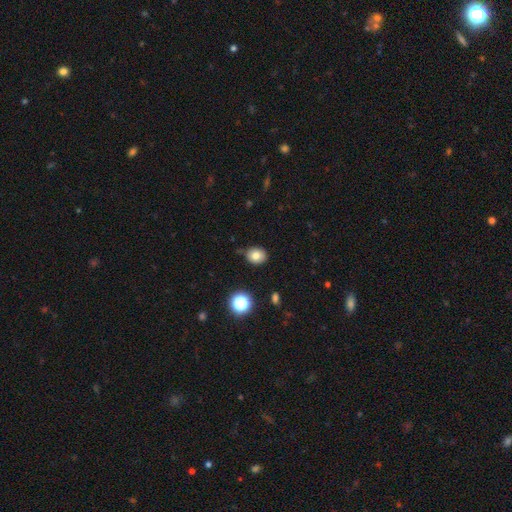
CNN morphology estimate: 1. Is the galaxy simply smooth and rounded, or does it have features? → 78% smooth, 12% star or artifact, 10% featured or disk.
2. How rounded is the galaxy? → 55% round, 44% in between, 1% cigar-shaped.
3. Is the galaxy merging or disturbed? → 73% none, 20% minor disturbance, 4% major disturbance, 3% merger.